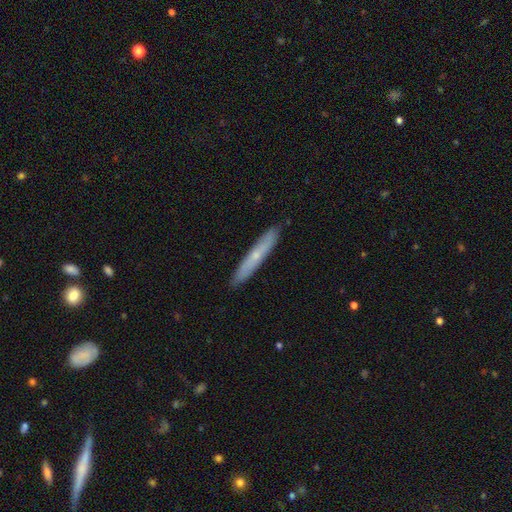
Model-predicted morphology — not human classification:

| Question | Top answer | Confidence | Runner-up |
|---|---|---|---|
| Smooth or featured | smooth | 49% | featured or disk (45%) |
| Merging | none | 89% | minor disturbance (8%) |